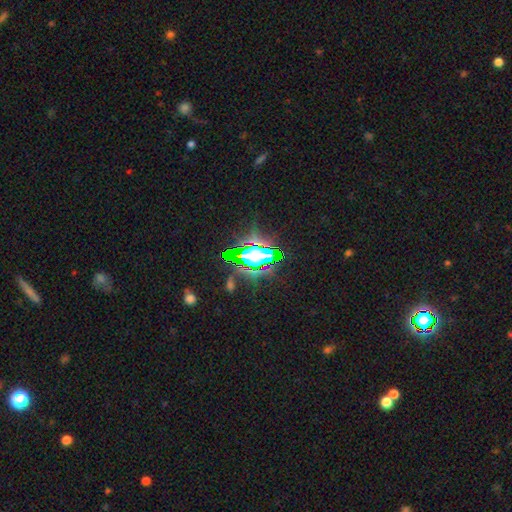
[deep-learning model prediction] Smooth or featured? star or artifact (66%)